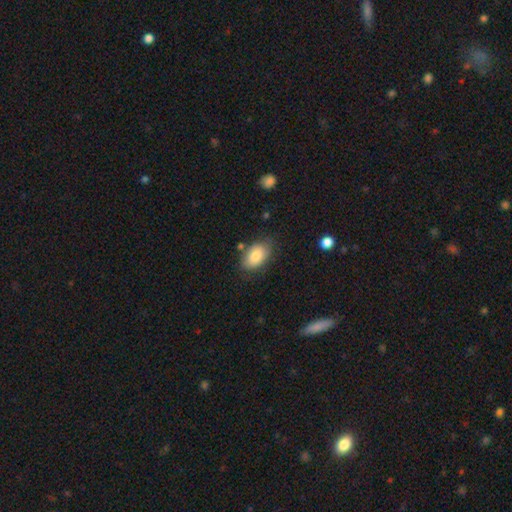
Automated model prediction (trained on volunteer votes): Smooth or featured? smooth (81%)
How rounded? in between (92%)
Merging? none (73%)